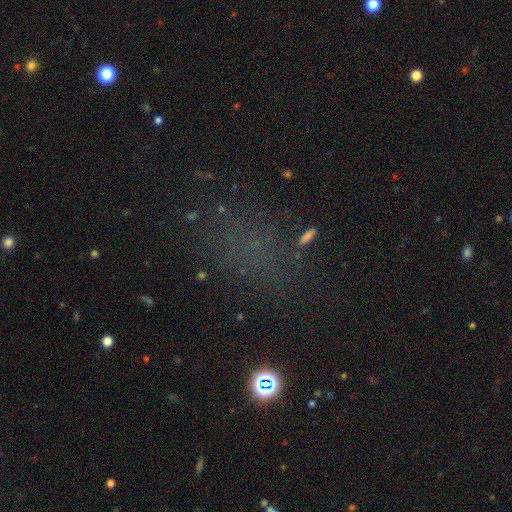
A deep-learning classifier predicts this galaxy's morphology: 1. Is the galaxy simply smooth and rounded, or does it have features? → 48% smooth, 39% star or artifact, 13% featured or disk.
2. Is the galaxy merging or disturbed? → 68% none, 16% minor disturbance, 13% major disturbance, 4% merger.